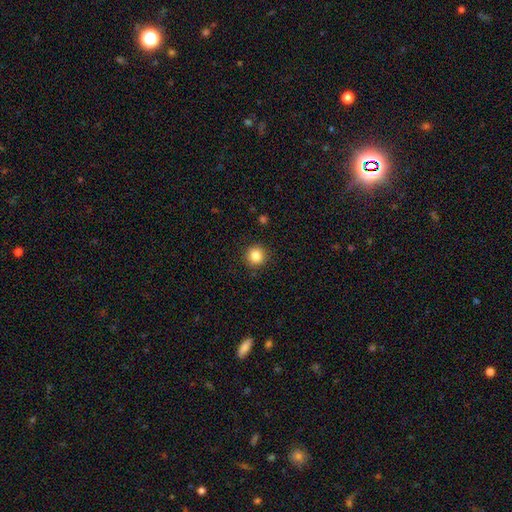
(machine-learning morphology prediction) Smooth or featured? smooth (86%)
How rounded? round (95%)
Merging? none (91%)